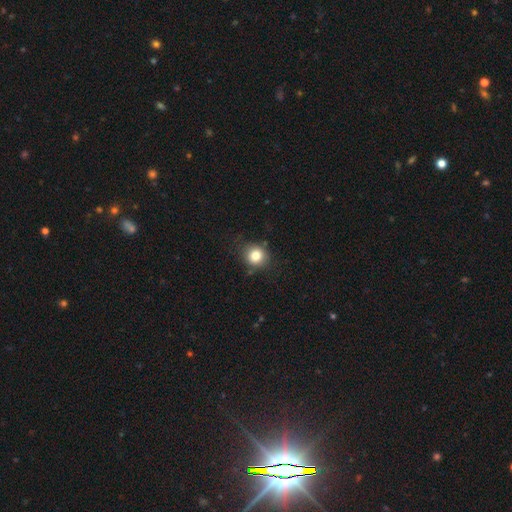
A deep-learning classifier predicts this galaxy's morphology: This appears to be a smooth galaxy with no disk features (81%) that is round (85%). Merging: none (80%).